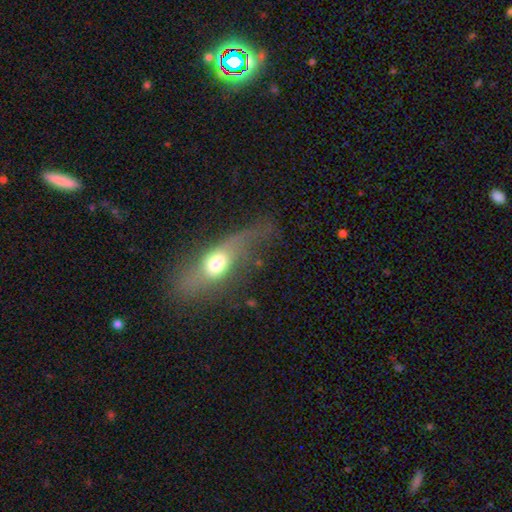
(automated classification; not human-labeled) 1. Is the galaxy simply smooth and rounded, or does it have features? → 55% featured or disk, 34% smooth, 11% star or artifact.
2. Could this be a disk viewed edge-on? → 58% yes, 42% no.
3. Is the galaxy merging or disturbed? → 54% none, 28% minor disturbance, 15% major disturbance, 3% merger.